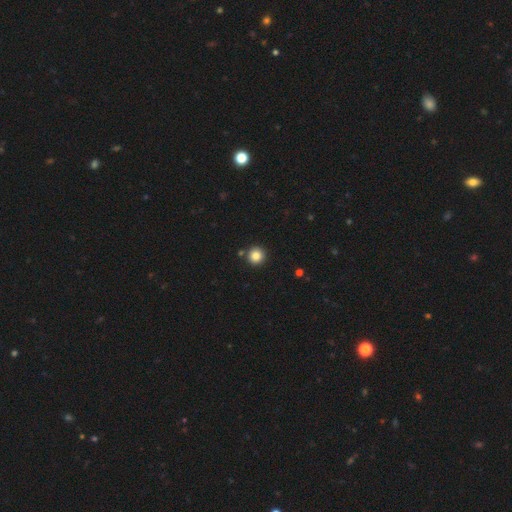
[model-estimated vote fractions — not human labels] This is clearly a smooth galaxy (85%). How rounded: clearly round (95%). Merging: clearly none (89%).